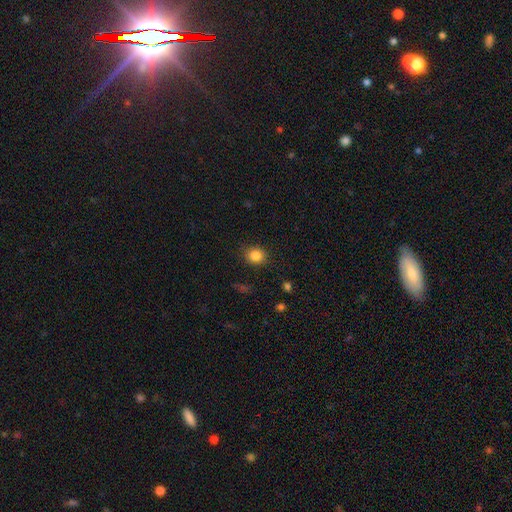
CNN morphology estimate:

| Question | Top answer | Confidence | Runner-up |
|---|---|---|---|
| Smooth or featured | smooth | 83% | star or artifact (11%) |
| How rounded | round | 74% | in between (26%) |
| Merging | none | 87% | minor disturbance (9%) |